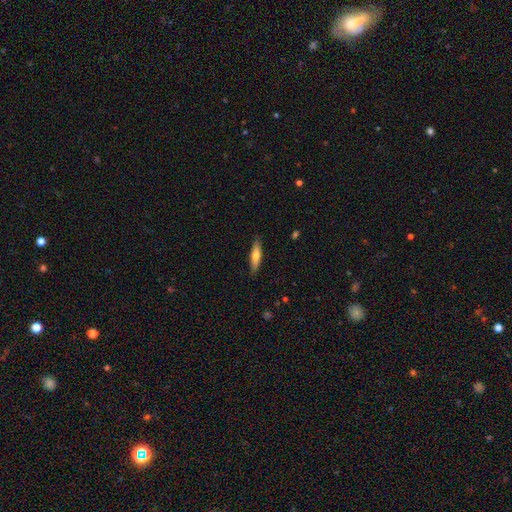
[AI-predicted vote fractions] Smooth or featured? Predicted: smooth (p=0.62). How rounded? Predicted: cigar-shaped (p=0.76). Merging? Predicted: none (p=0.88).